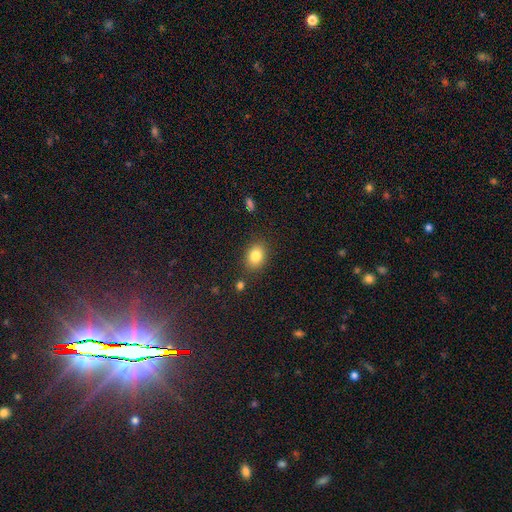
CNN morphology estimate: Q: Smooth or featured?
A: smooth (83%); runner-up: star or artifact (10%)
Q: How rounded?
A: in between (63%); runner-up: round (36%)
Q: Merging?
A: none (83%); runner-up: minor disturbance (11%)